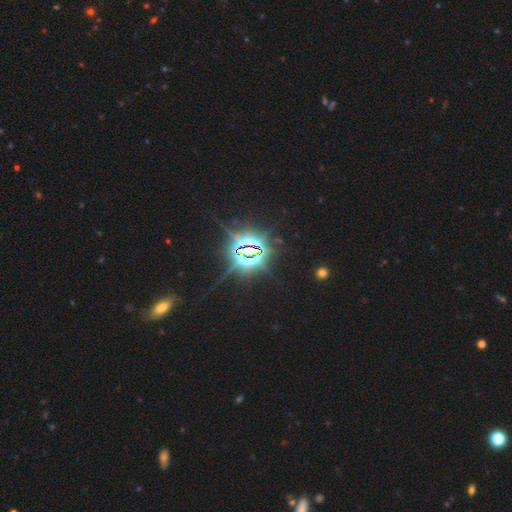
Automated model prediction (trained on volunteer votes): A star or artifact, not a galaxy (85%).

Vote fractions:
- Smooth or featured? star or artifact: 85% / featured or disk: 8% / smooth: 8%